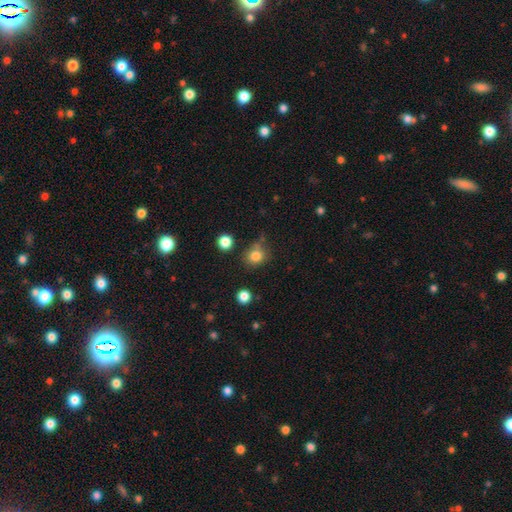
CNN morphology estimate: smooth_or_featured: smooth (p=0.81) [alt: star or artifact p=0.13]
how_rounded: round (p=0.77) [alt: in between p=0.22]
merging: none (p=0.69) [alt: minor disturbance p=0.16]